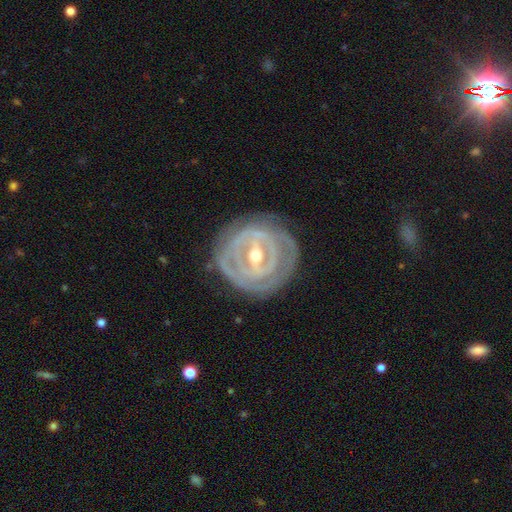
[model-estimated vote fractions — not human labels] smooth_or_featured: featured or disk (p=0.86) [alt: smooth p=0.10]
disk_edge_on: no (p=0.95) [alt: yes p=0.05]
bar: strong (p=0.51) [alt: weak p=0.35]
has_spiral_arms: yes (p=0.74) [alt: no p=0.26]
spiral_winding: tight (p=0.80) [alt: medium p=0.15]
spiral_arm_count: can't tell (p=0.42) [alt: 2 p=0.28]
bulge_size: moderate (p=0.67) [alt: small p=0.28]
merging: none (p=0.77) [alt: minor disturbance p=0.15]